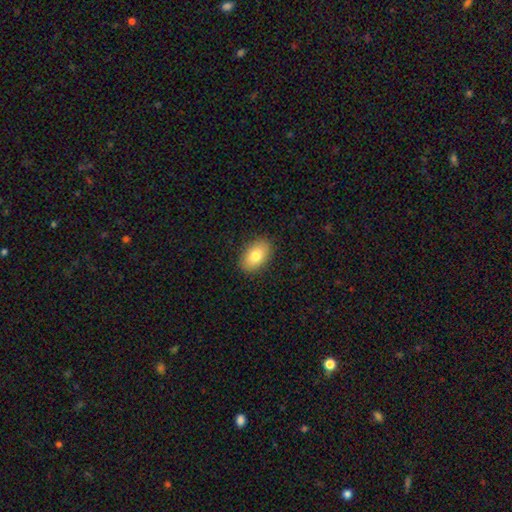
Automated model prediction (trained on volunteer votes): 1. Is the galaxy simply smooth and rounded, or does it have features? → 79% smooth, 14% featured or disk, 8% star or artifact.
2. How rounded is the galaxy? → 90% in between, 9% round, 2% cigar-shaped.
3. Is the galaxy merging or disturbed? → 89% none, 8% minor disturbance, 2% major disturbance, 1% merger.